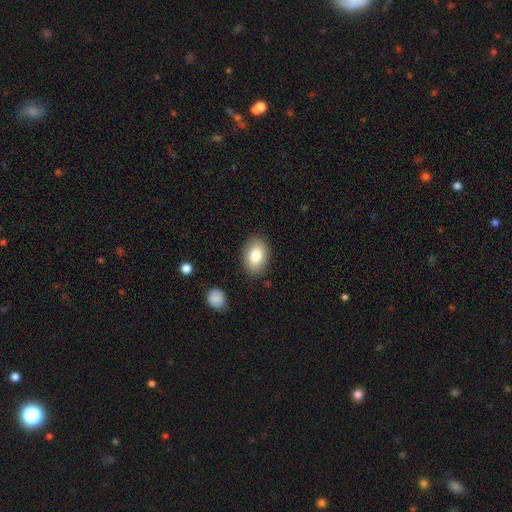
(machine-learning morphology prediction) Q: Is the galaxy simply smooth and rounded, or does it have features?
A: smooth — 82%.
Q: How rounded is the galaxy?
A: in between — 85%.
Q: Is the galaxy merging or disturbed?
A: none — 86%.